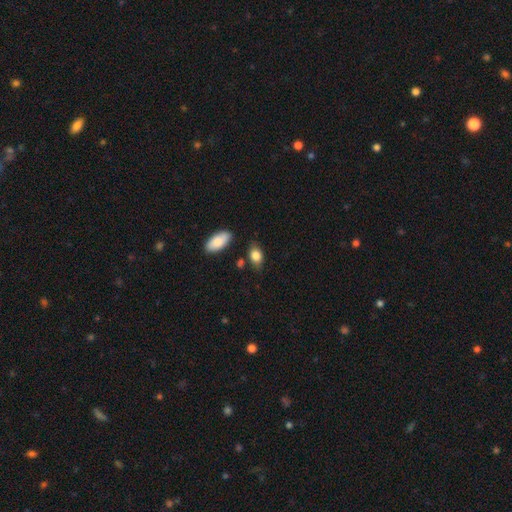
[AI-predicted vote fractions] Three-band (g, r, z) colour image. It shows a smooth galaxy with no disk features (84%) that is in between round and cigar-shaped (84%). Merging: none (73%).